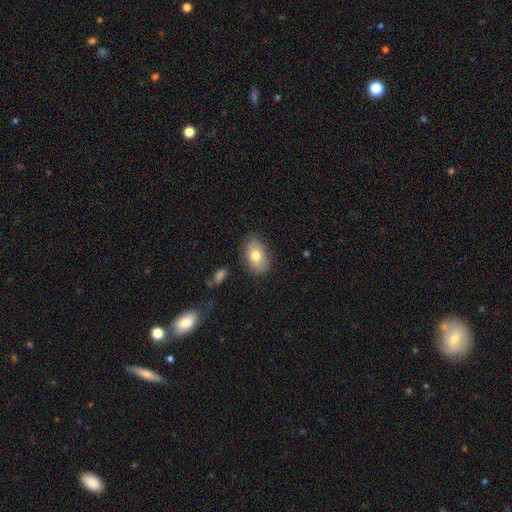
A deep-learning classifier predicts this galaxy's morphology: Overall: smooth (75%). How rounded: in between (89%). Merging: none (82%).